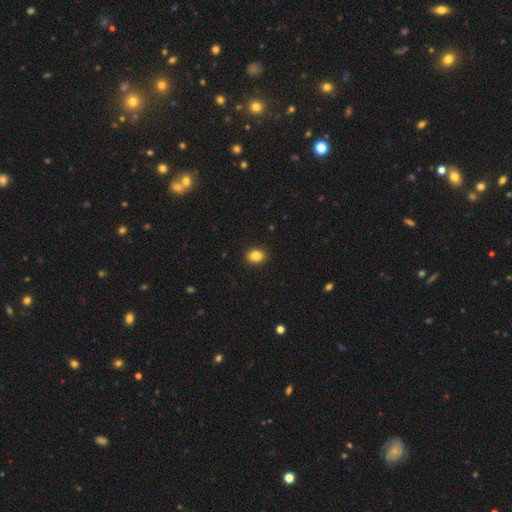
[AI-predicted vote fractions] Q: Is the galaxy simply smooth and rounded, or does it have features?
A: smooth — 86%.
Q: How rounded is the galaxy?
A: in between — 60%.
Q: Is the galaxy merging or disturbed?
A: none — 91%.